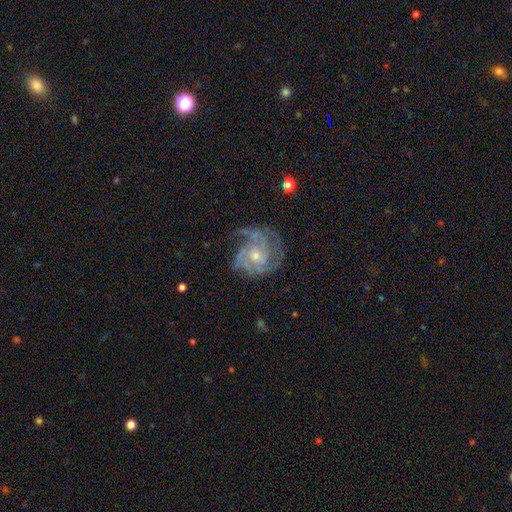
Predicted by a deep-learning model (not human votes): Q: Smooth or featured?
A: featured or disk (86%); runner-up: smooth (7%)
Q: Edge-on disk?
A: no (98%); runner-up: yes (2%)
Q: Bar?
A: no (69%); runner-up: weak (26%)
Q: Spiral arms?
A: yes (95%); runner-up: no (5%)
Q: Spiral winding?
A: tight (52%); runner-up: medium (38%)
Q: Spiral arm count?
A: 3 (34%); runner-up: can't tell (22%)
Q: Bulge size?
A: small (53%); runner-up: moderate (43%)
Q: Merging?
A: none (62%); runner-up: minor disturbance (21%)